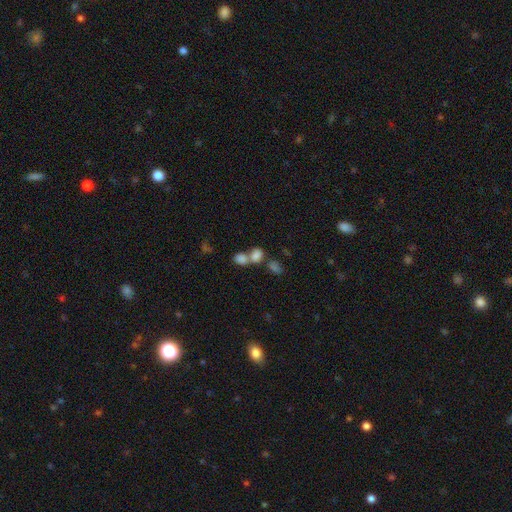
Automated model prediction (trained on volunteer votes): Overall: smooth (79%). How rounded: in between (69%; round 29%). Merging: merger (63%; none 26%).